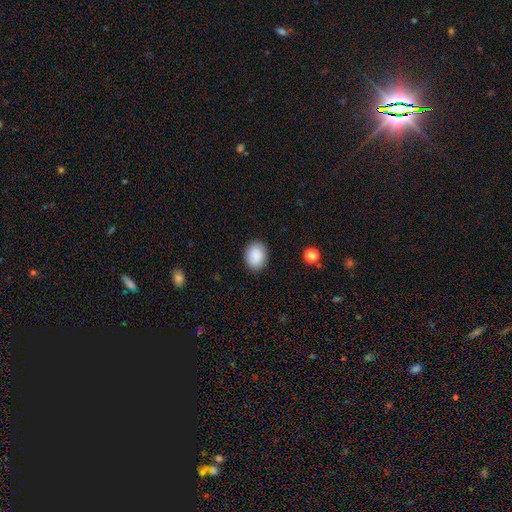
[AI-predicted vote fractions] A smooth galaxy with no disk features (88%) that is in between round and cigar-shaped (57%).

Vote fractions:
- Smooth or featured? smooth: 88% / star or artifact: 7% / featured or disk: 4%
- How rounded? in between: 57% / round: 42% / cigar-shaped: 1%
- Merging? none: 88% / minor disturbance: 9% / major disturbance: 2% / merger: 1%